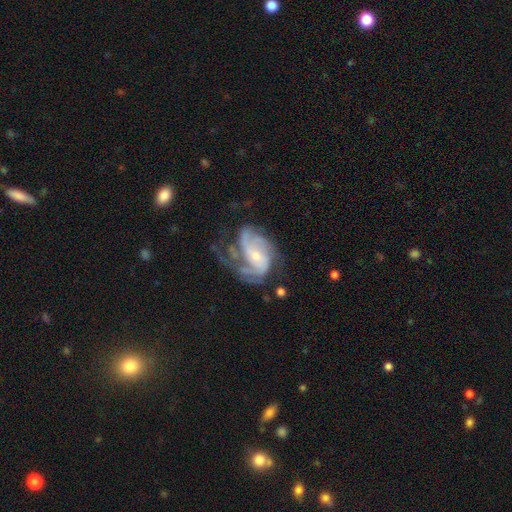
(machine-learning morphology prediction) A featured or disk galaxy (86%) with no bar (49%), 2 (30%) medium (46%) spiral arms (95%) and a small central bulge (56%). Merging: none (43%).